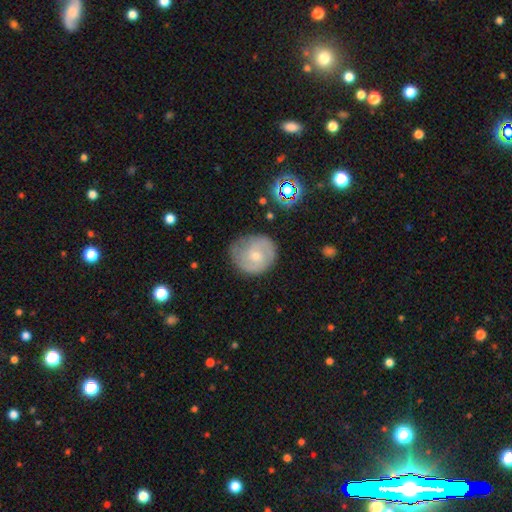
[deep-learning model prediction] Smooth or featured? Predicted: featured or disk (p=0.59). Edge-on disk? Predicted: no (p=0.97). Bar? Predicted: no (p=0.60). Spiral arms? Predicted: yes (p=0.85). Bulge size? Predicted: small (p=0.52). Merging? Predicted: none (p=0.67).